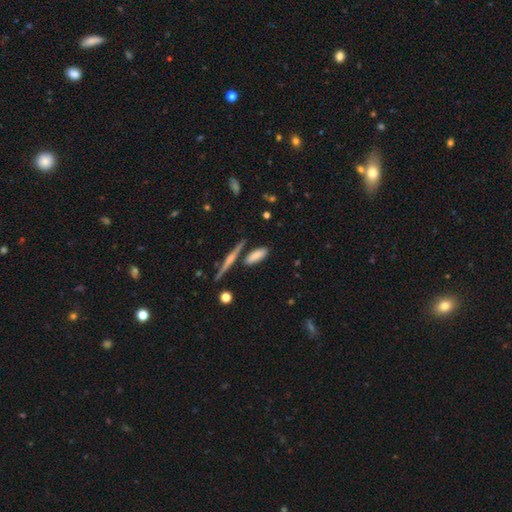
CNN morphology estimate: The model was most divided on "how rounded": in between: 73%, cigar-shaped: 23%, round: 4%. More confident: smooth or featured — smooth (73%); merging — none (68%).